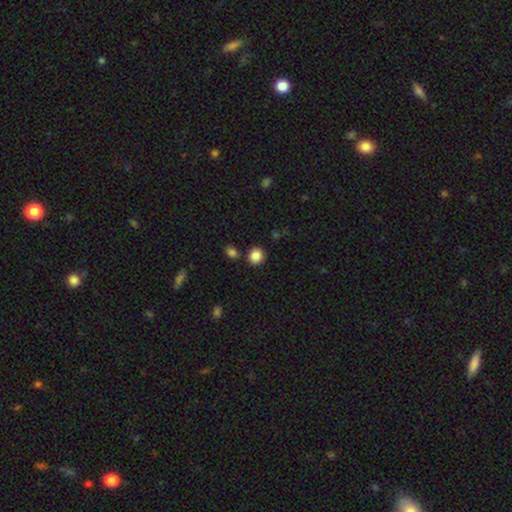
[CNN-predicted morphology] A smooth galaxy with no disk features (87%) that is round (84%).

Vote fractions:
- Smooth or featured? smooth: 87% / star or artifact: 9% / featured or disk: 4%
- How rounded? round: 84% / in between: 15% / cigar-shaped: 1%
- Merging? none: 84% / minor disturbance: 8% / merger: 6% / major disturbance: 2%